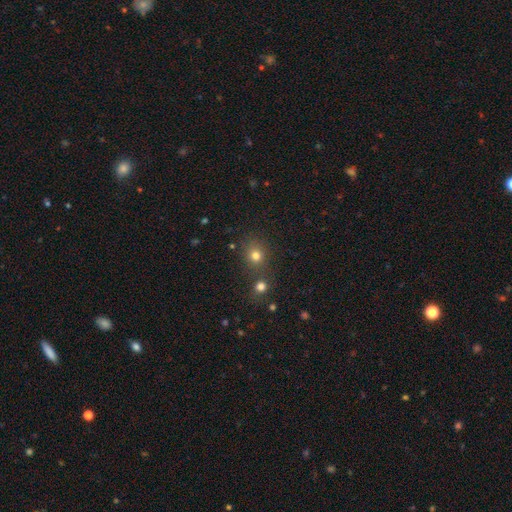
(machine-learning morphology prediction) smooth 75%, star or artifact 18%, featured or disk 7%. Down the decision tree: how rounded — round (80%); merging — none (67%).